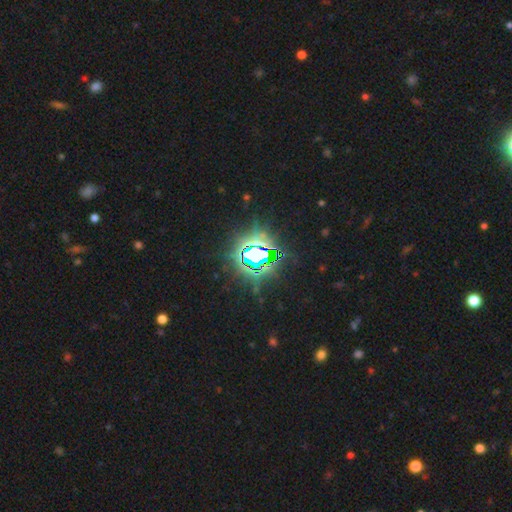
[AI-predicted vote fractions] star or artifact 82%, smooth 10%, featured or disk 9%.